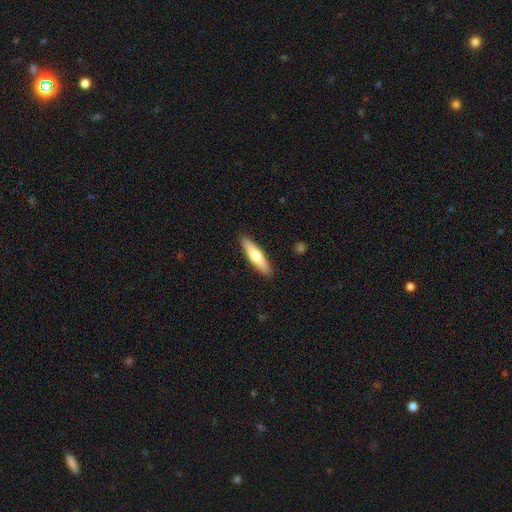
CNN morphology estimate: Smooth or featured? smooth (63%)
How rounded? cigar-shaped (75%)
Merging? none (90%)